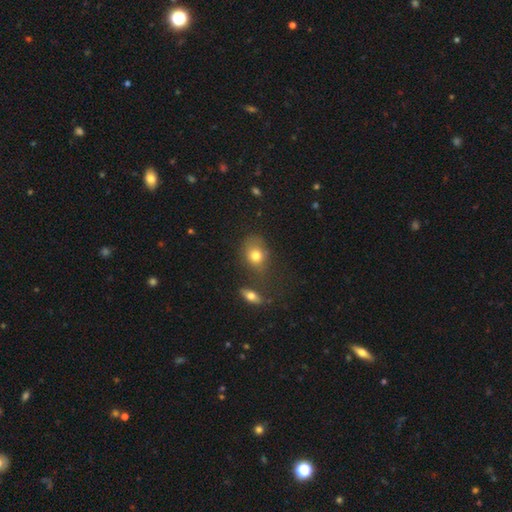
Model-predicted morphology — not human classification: Smooth or featured?
  - smooth: 75% *
  - featured or disk: 14%
  - star or artifact: 11%
How rounded?
  - in between: 60% *
  - round: 39%
  - cigar-shaped: 2%
Merging?
  - none: 57% *
  - minor disturbance: 20%
  - merger: 13%
  - major disturbance: 10%